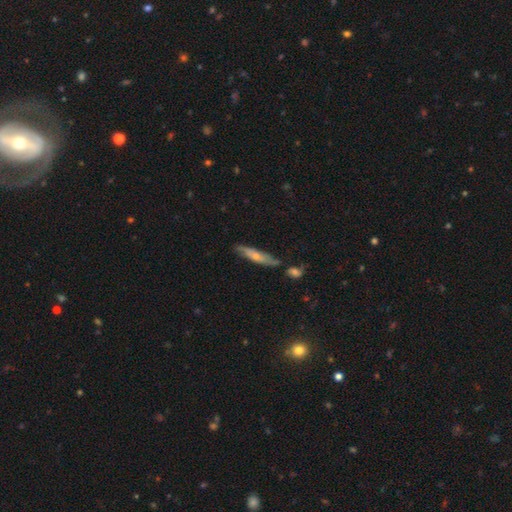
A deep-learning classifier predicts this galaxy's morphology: Smooth or featured? featured or disk (49%)
Merging? none (66%)